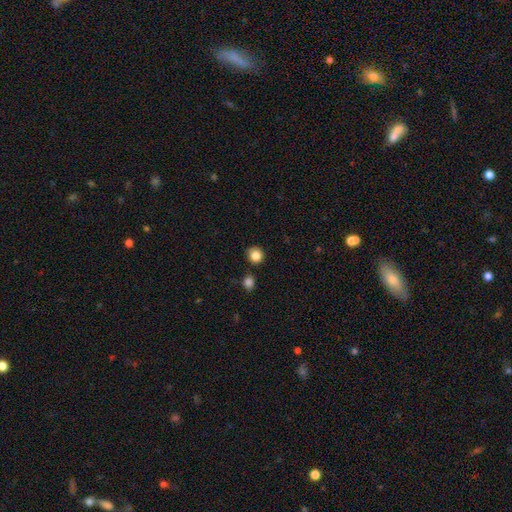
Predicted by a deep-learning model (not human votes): smooth-or-featured: smooth: 86% | star or artifact: 10% | featured or disk: 4%
  how-rounded: round: 89% | in between: 10% | cigar-shaped: 1%
  merging: none: 84% | minor disturbance: 10% | merger: 4% | major disturbance: 2%